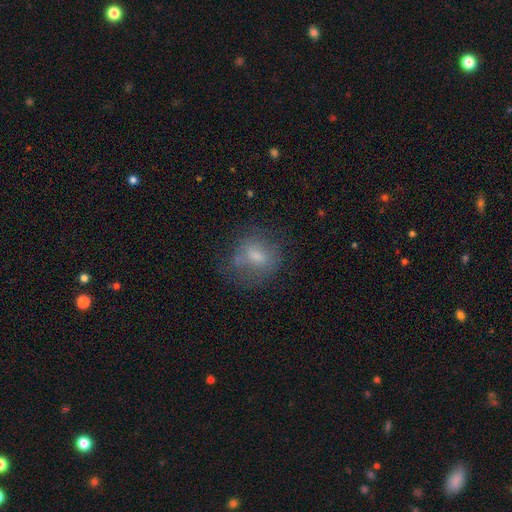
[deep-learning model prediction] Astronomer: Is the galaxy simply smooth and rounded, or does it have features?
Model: smooth — 62%.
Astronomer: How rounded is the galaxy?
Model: round — 59% (runner-up: in between, 39%).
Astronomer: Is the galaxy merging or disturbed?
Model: none — 58%.